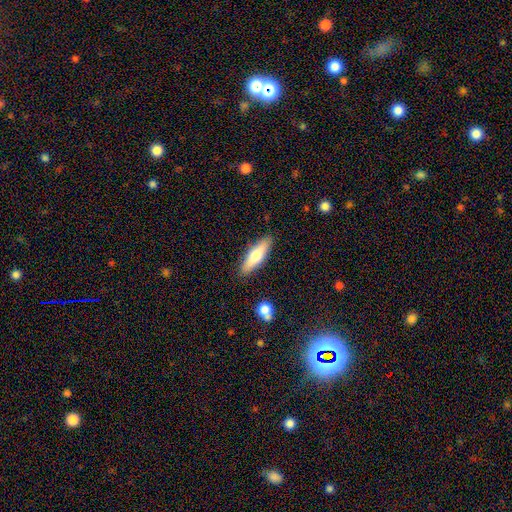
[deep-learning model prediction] This appears to be a smooth galaxy with no disk features (66%) that is cigar-shaped (57%). Merging: none (86%).